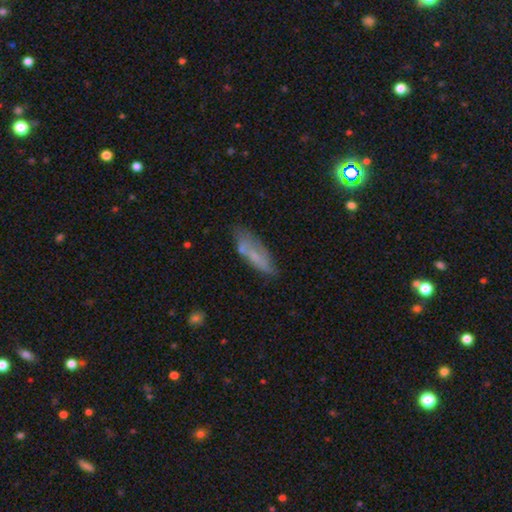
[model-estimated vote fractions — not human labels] smooth-or-featured: smooth: 55% | featured or disk: 36% | star or artifact: 10%
  how-rounded: cigar-shaped: 51% | in between: 47% | round: 2%
  merging: none: 59% | minor disturbance: 24% | major disturbance: 9% | merger: 9%